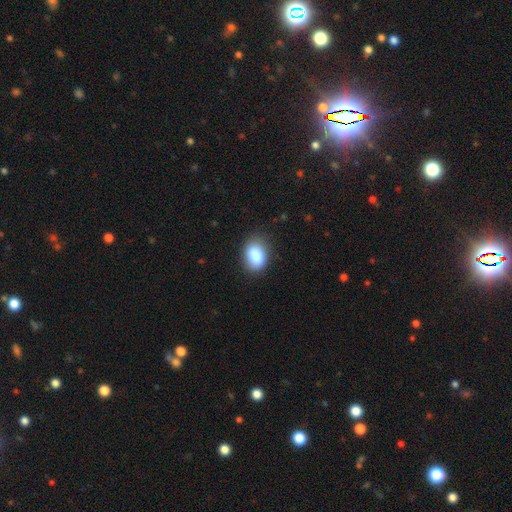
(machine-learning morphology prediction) This is clearly a smooth galaxy (85%). How rounded: clearly in between (80%). Merging: likely none (74%).